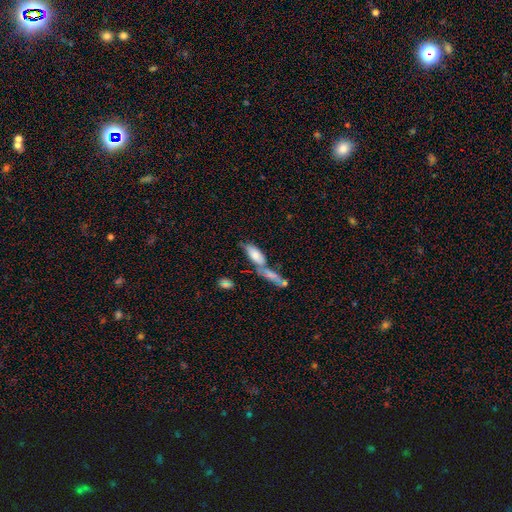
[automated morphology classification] Smooth or featured? Predicted: smooth (p=0.69). How rounded? Predicted: in between (p=0.67). Merging? Predicted: merger (p=0.52).